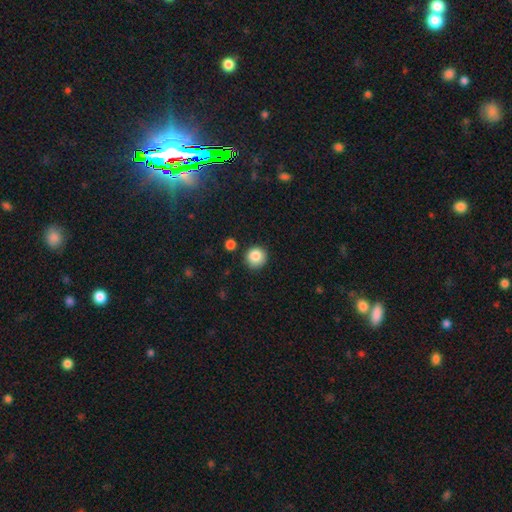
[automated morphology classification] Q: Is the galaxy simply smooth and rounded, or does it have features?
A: smooth — 86%.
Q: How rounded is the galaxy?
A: round — 93%.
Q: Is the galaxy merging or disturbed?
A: none — 87%.